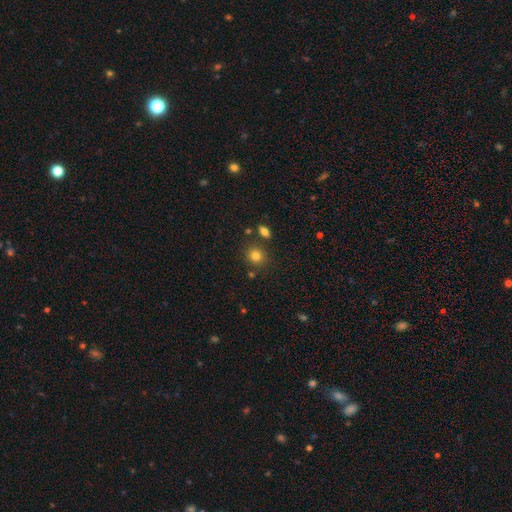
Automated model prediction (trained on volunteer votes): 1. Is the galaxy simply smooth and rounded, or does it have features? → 81% smooth, 13% star or artifact, 6% featured or disk.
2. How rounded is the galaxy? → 82% round, 17% in between, 1% cigar-shaped.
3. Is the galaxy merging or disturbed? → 80% none, 9% minor disturbance, 7% merger, 3% major disturbance.